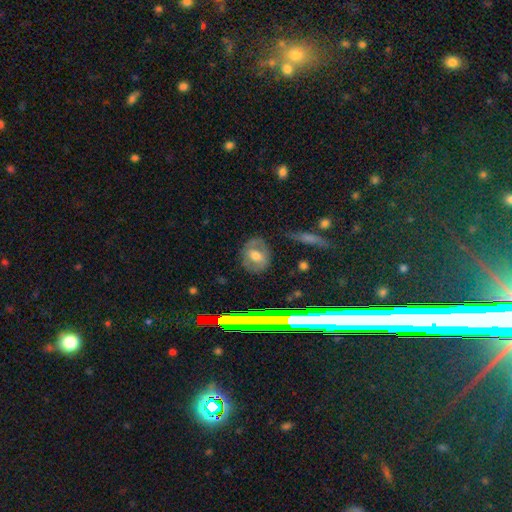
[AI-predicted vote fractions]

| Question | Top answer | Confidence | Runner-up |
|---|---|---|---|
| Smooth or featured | smooth | 49% | featured or disk (40%) |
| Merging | none | 78% | minor disturbance (15%) |